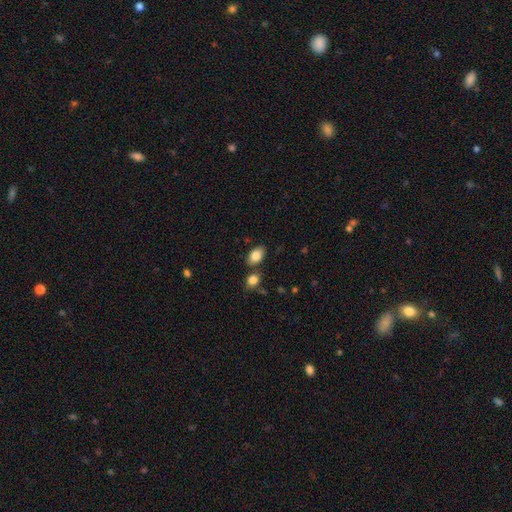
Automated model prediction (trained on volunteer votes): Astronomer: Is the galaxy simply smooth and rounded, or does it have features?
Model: smooth — 83%.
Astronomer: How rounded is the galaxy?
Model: in between — 88%.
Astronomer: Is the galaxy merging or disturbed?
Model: none — 76%.